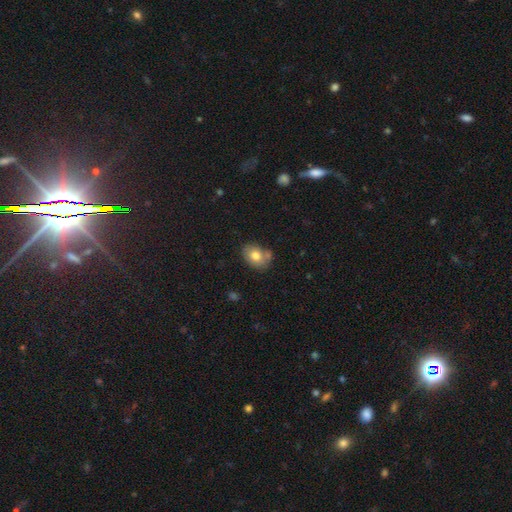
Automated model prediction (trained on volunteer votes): The model was most divided on "how rounded": in between: 69%, round: 30%, cigar-shaped: 1%. More confident: smooth or featured — smooth (77%); merging — none (67%).